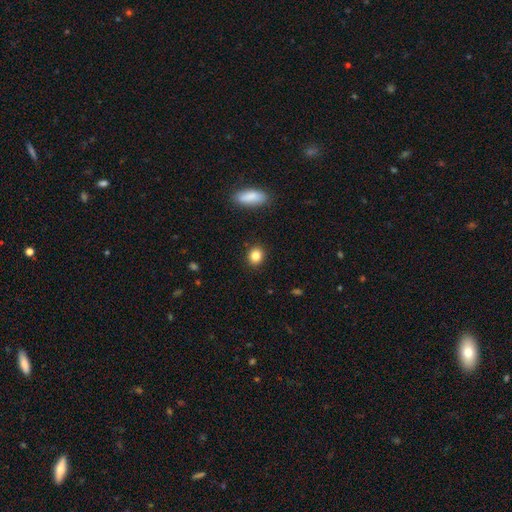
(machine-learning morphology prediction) smooth 84%, star or artifact 10%, featured or disk 6%. Down the decision tree: how rounded — round (70%); merging — none (90%).